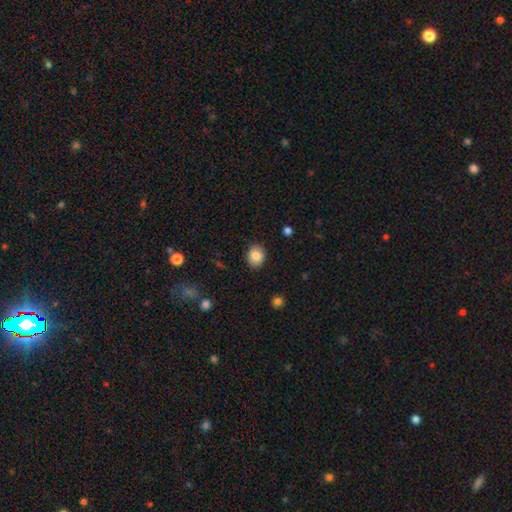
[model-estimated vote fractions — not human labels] Morphology: type=smooth (84%); roundness=round (57%); merging=none (86%).